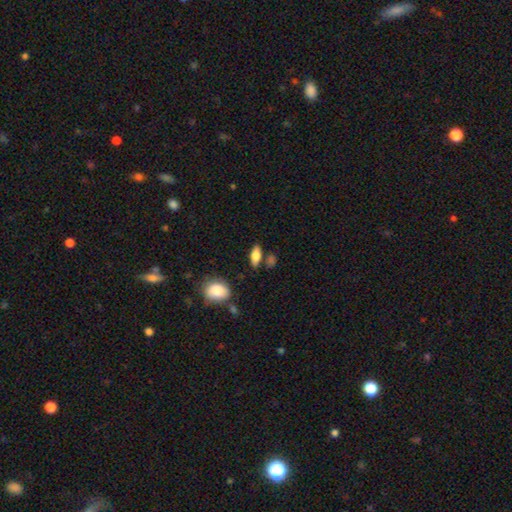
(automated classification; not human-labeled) smooth-or-featured: smooth: 72% | featured or disk: 21% | star or artifact: 8%
  how-rounded: in between: 75% | cigar-shaped: 21% | round: 4%
  merging: none: 77% | minor disturbance: 13% | merger: 6% | major disturbance: 4%